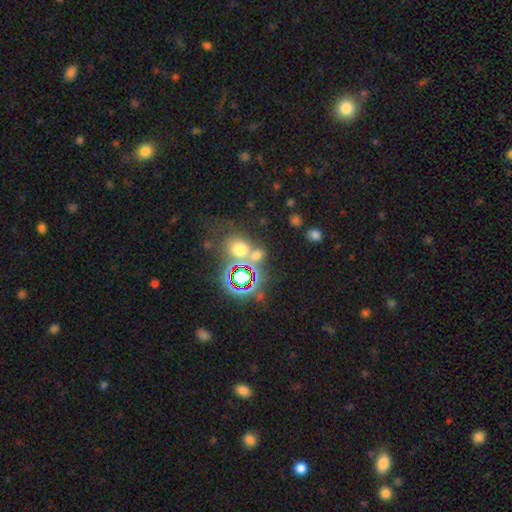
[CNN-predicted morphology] Overall: smooth (52%; star or artifact 38%). How rounded: round (58%; in between 40%). Merging: none (53%; merger 30%).